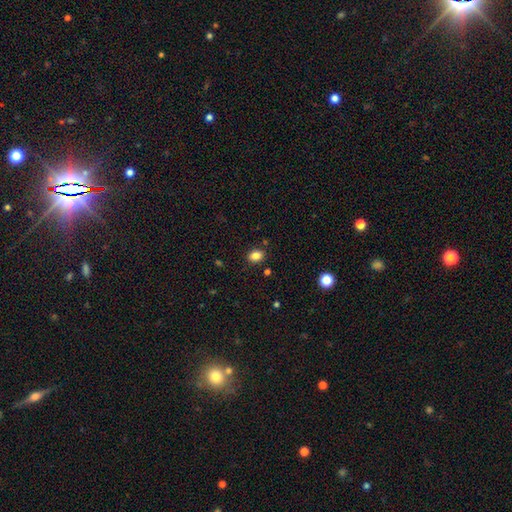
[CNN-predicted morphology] Overall: smooth (84%). How rounded: in between (68%; round 31%). Merging: none (85%).